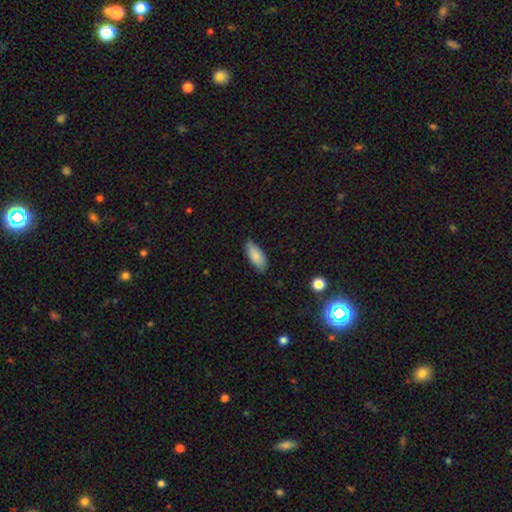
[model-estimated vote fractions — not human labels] Overall: smooth (87%). How rounded: in between (85%). Merging: none (81%).